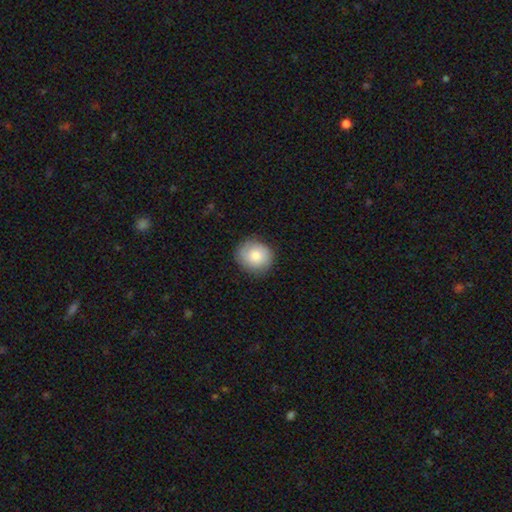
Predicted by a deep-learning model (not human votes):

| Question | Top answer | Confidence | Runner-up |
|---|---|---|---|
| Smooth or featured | smooth | 82% | featured or disk (10%) |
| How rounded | round | 83% | in between (16%) |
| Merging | none | 85% | minor disturbance (12%) |